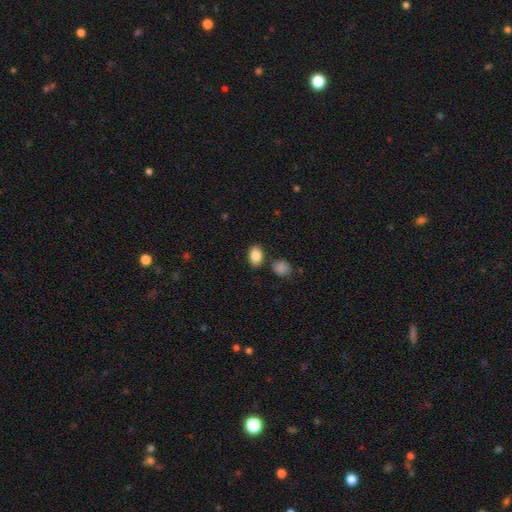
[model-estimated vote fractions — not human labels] A smooth galaxy with no disk features (86%) that is in between round and cigar-shaped (79%). Merging: none (80%).